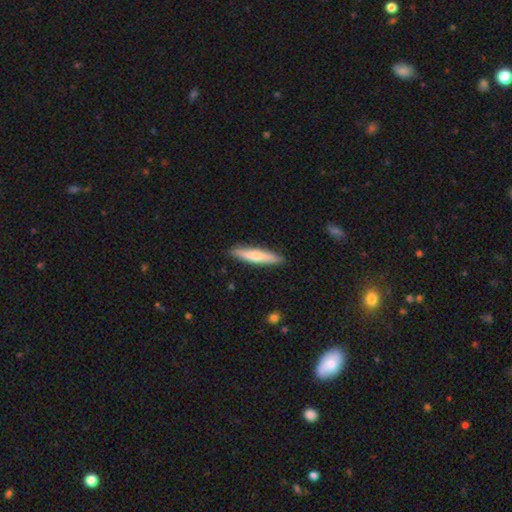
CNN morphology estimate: Smooth or featured? smooth (66%)
How rounded? cigar-shaped (88%)
Merging? none (89%)